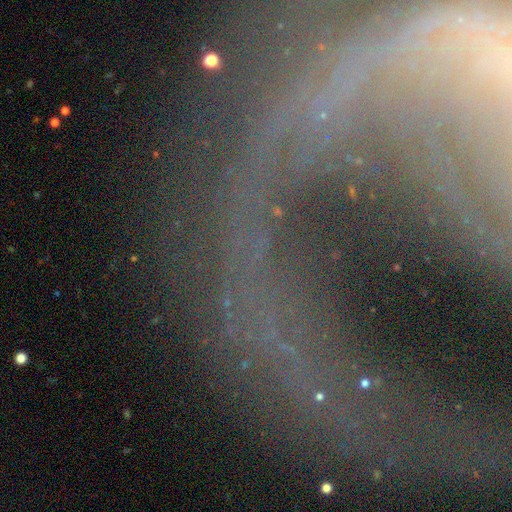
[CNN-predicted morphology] The model was most divided on "smooth or featured": featured or disk: 51%, star or artifact: 35%, smooth: 14%. More confident: edge-on disk — no (78%); merging — none (58%).